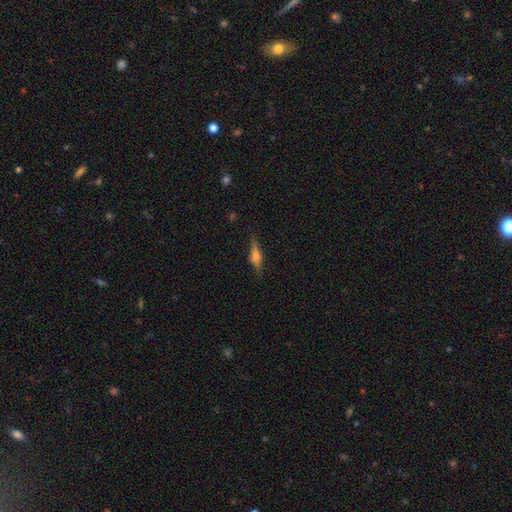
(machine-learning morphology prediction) type=featured or disk (55%); edge-on=yes (94%); edge-on bulge=rounded (79%); merging=none (79%).